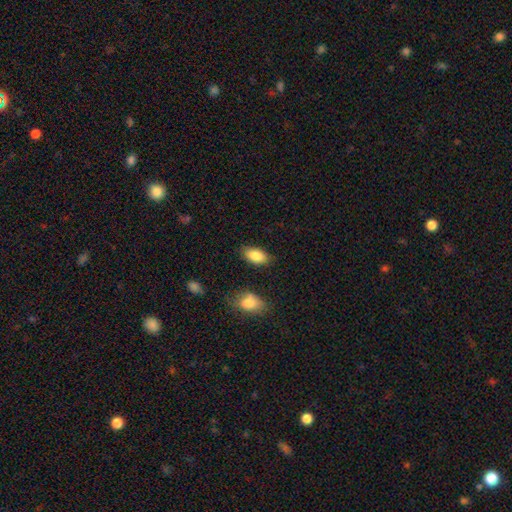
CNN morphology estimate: smooth 86%, star or artifact 7%, featured or disk 7%. Down the decision tree: how rounded — in between (93%); merging — none (82%).